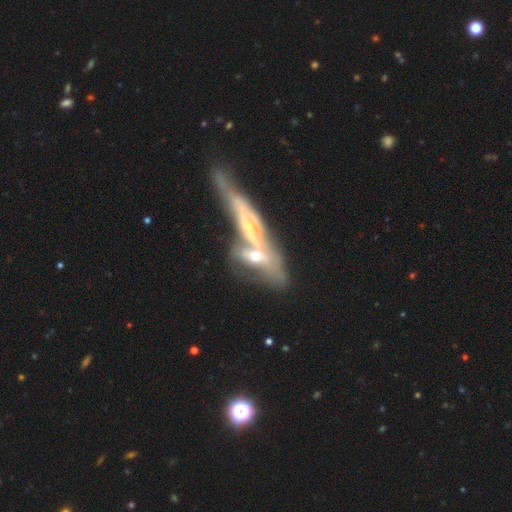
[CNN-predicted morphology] smooth-or-featured: featured or disk: 61% | smooth: 30% | star or artifact: 8%
  disk-edge-on: yes: 51% | no: 49%
  merging: merger: 65% | none: 18% | minor disturbance: 9% | major disturbance: 8%